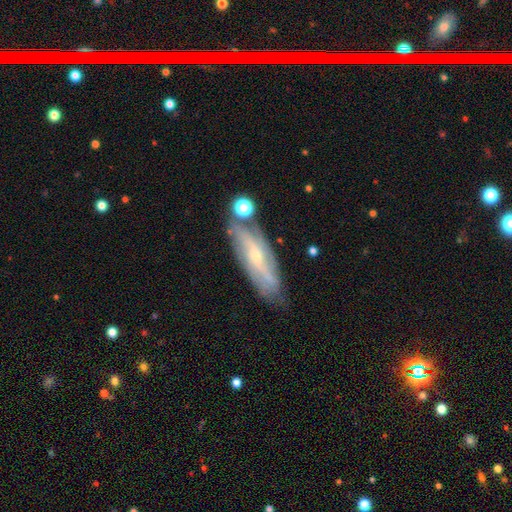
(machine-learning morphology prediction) The model was most divided on "bar": no: 53%, weak: 31%, strong: 15%. More confident: spiral arms — yes (84%); smooth or featured — featured or disk (74%); bulge size — small (73%); edge-on disk — no (72%); merging — none (68%).